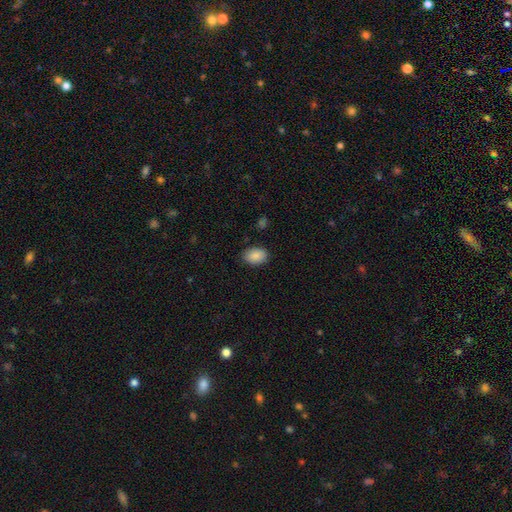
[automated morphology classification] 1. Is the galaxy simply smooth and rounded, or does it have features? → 89% smooth, 7% star or artifact, 4% featured or disk.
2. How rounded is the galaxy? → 83% in between, 16% round, 1% cigar-shaped.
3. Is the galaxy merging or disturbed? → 87% none, 9% minor disturbance, 2% major disturbance, 1% merger.